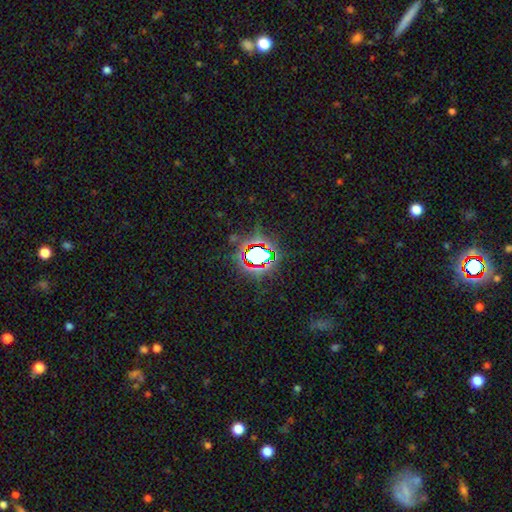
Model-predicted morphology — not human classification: The model was most divided on "smooth or featured": star or artifact: 72%, smooth: 17%, featured or disk: 11%.